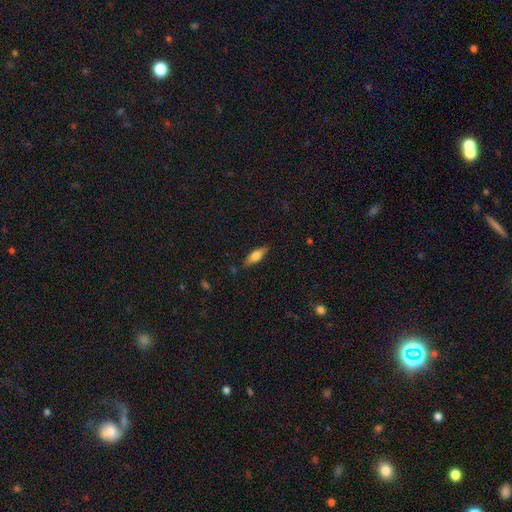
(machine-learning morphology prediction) The model was most divided on "how rounded": in between: 51%, cigar-shaped: 46%, round: 3%. More confident: merging — none (84%); smooth or featured — smooth (62%).